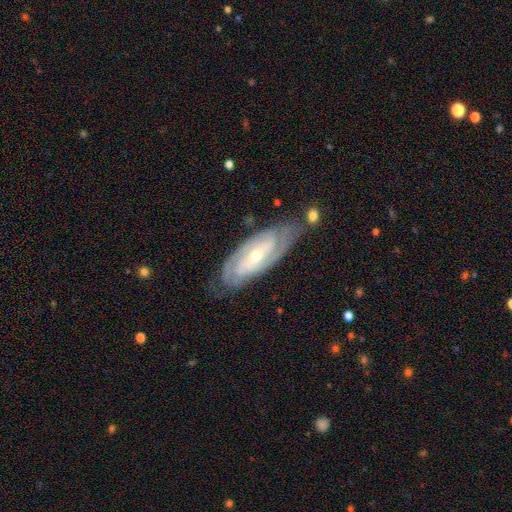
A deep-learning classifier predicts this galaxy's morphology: This is clearly a featured or disk galaxy (88%). It is clearly not viewed edge-on (92%). Bar: marginally no (42%). Spiral arm pattern: clearly yes (97%). Spiral arm count: likely 2 (64%). Spiral winding: likely tight (69%). Central bulge: possibly small (51%). Merging: likely none (75%).